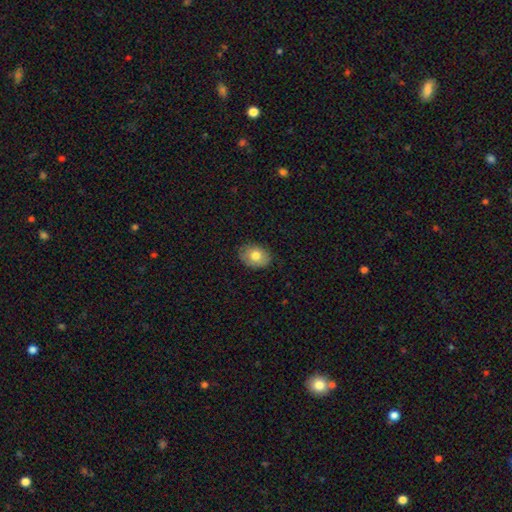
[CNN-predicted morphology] smooth 76%, featured or disk 16%, star or artifact 8%. Down the decision tree: how rounded — in between (70%); merging — none (84%).